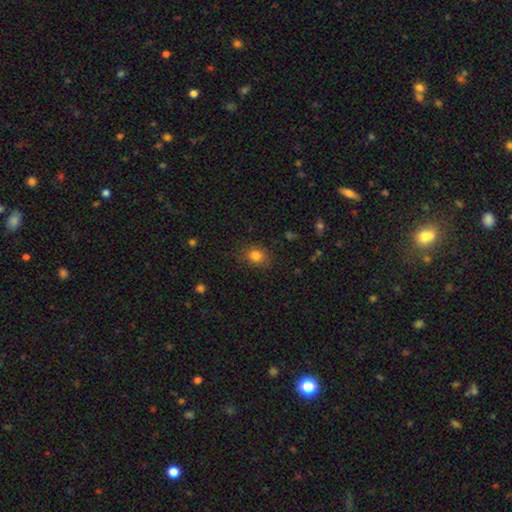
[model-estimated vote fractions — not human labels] smooth_or_featured: smooth (p=0.82) [alt: star or artifact p=0.12]
how_rounded: round (p=0.57) [alt: in between p=0.42]
merging: none (p=0.77) [alt: minor disturbance p=0.17]